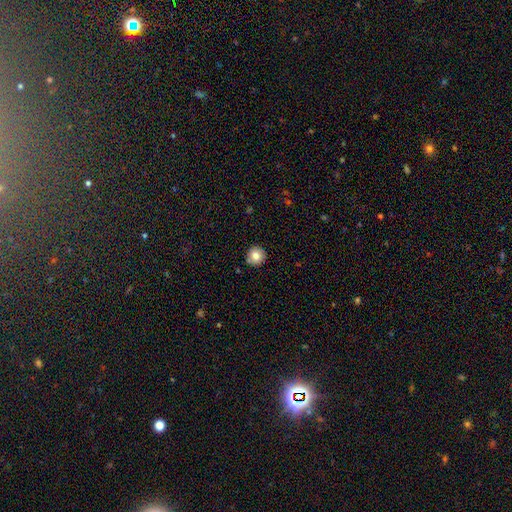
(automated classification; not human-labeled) Overall: smooth (80%). How rounded: round (94%). Merging: none (87%).